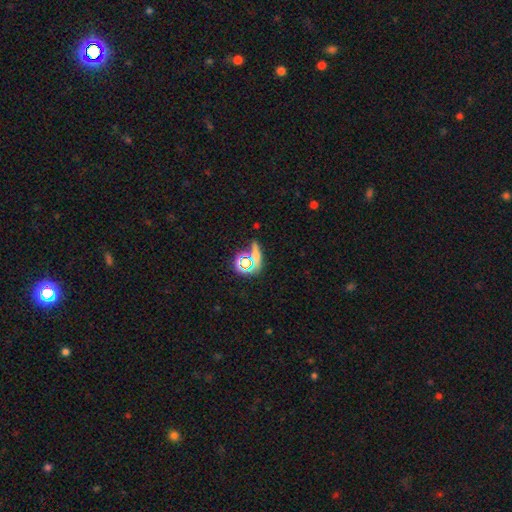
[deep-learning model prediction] Smooth or featured?
  - star or artifact: 42% * (tied)
  - smooth: 42% * (tied)
  - featured or disk: 16%